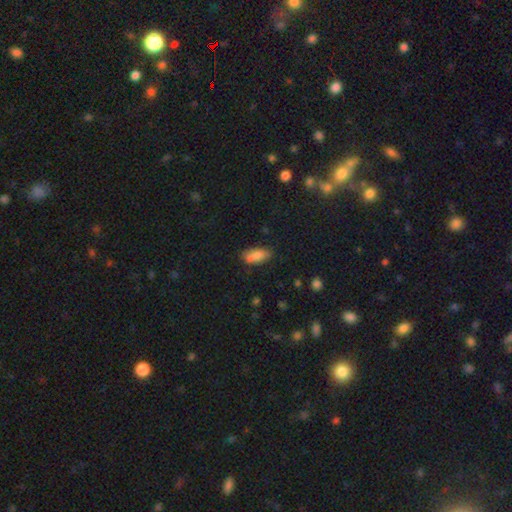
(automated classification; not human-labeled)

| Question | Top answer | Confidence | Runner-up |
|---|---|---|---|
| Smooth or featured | smooth | 79% | featured or disk (12%) |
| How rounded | in between | 85% | cigar-shaped (11%) |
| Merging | none | 64% | minor disturbance (20%) |